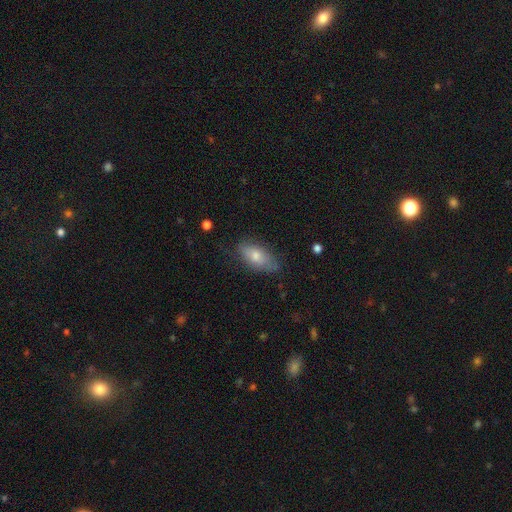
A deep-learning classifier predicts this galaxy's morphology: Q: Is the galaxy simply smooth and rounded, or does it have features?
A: smooth — 68%.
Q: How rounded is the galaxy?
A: in between — 86%.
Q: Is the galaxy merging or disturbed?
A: none — 71%.